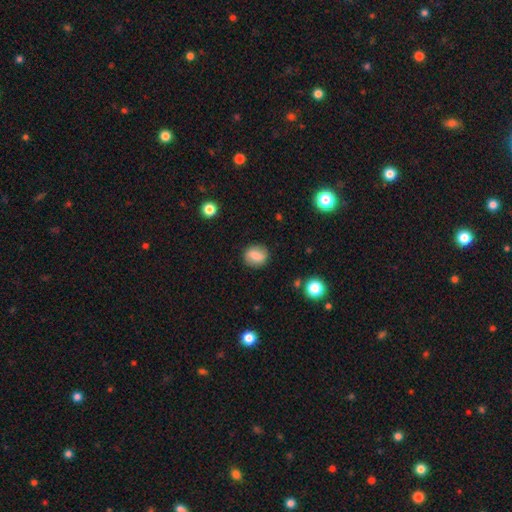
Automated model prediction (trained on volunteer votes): A smooth galaxy with no disk features (76%) that is round (68%).

Vote fractions:
- Smooth or featured? smooth: 76% / featured or disk: 16% / star or artifact: 9%
- How rounded? round: 68% / in between: 31% / cigar-shaped: 1%
- Merging? none: 85% / minor disturbance: 10% / major disturbance: 3% / merger: 1%